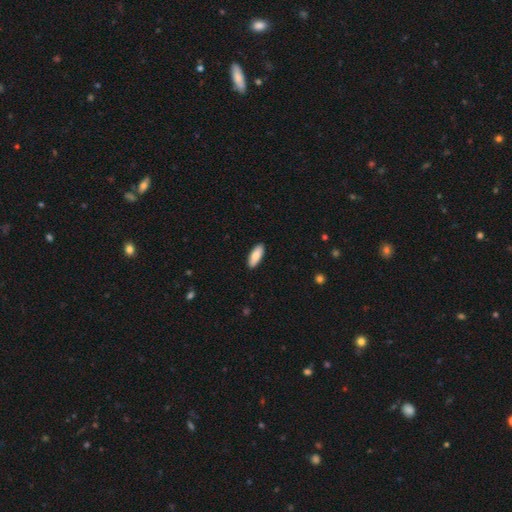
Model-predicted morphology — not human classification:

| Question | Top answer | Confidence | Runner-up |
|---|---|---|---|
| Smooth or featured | smooth | 83% | featured or disk (12%) |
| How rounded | in between | 72% | cigar-shaped (26%) |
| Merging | none | 90% | minor disturbance (7%) |